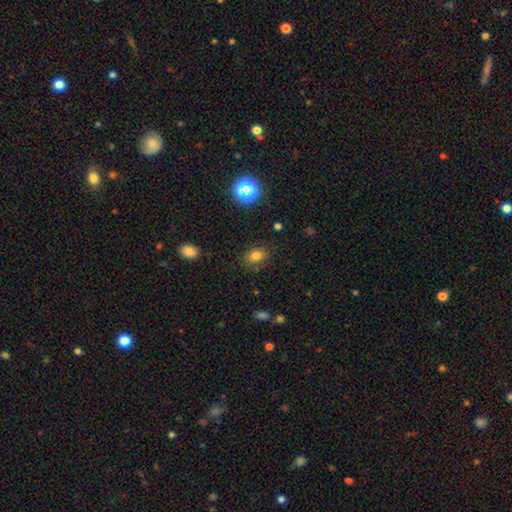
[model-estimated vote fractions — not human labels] smooth-or-featured: smooth: 76% | star or artifact: 16% | featured or disk: 8%
  how-rounded: in between: 68% | round: 30% | cigar-shaped: 1%
  merging: none: 81% | minor disturbance: 13% | major disturbance: 4% | merger: 2%